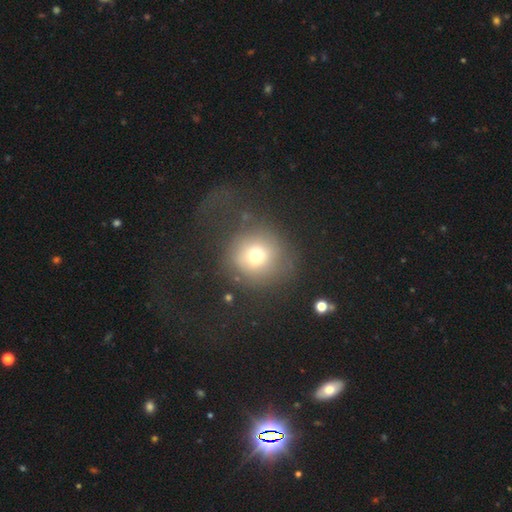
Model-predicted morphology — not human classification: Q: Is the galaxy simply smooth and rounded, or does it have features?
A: smooth — 70%.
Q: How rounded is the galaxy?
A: round — 92%.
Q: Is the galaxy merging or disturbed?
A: none — 65%.